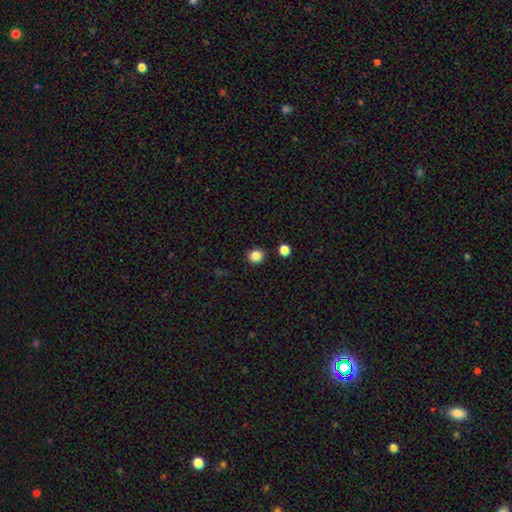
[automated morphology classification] A smooth galaxy with no disk features (85%) that is round (88%). Merging: none (89%).